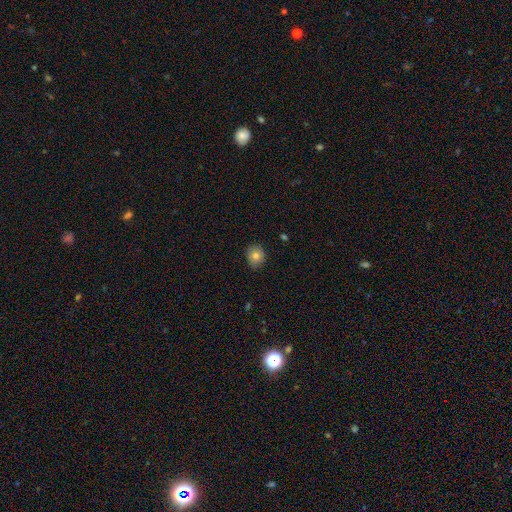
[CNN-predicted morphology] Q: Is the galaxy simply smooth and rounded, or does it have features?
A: smooth — 79%.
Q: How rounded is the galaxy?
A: round — 74%.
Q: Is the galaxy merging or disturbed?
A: none — 82%.